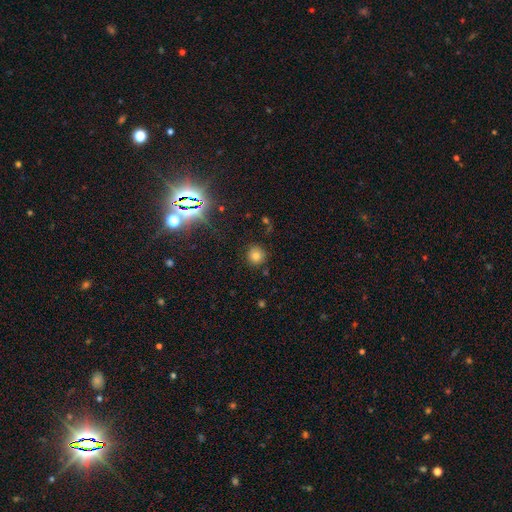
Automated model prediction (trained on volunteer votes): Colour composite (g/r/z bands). It shows a smooth galaxy with no disk features (75%) that is round (93%). Merging: none (87%).